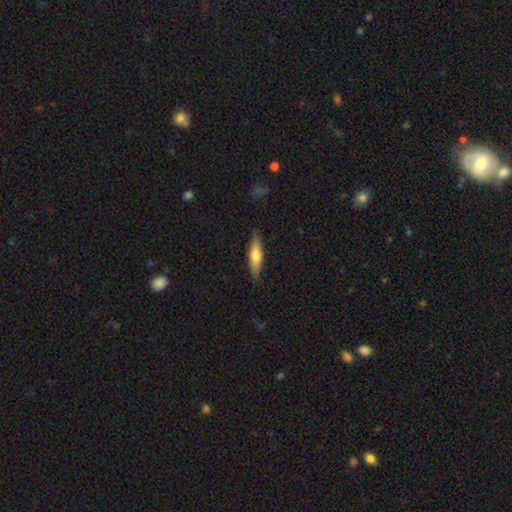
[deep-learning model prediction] The model was most divided on "smooth or featured": smooth: 67%, featured or disk: 28%, star or artifact: 6%. More confident: merging — none (85%); how rounded — cigar-shaped (70%).